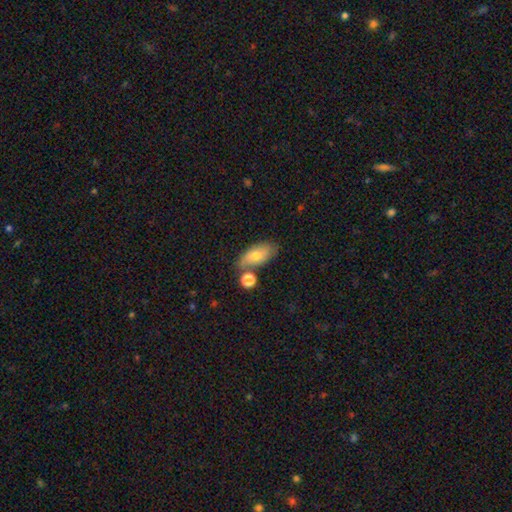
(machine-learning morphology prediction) Overall: smooth (68%). How rounded: in between (87%). Merging: none (60%).